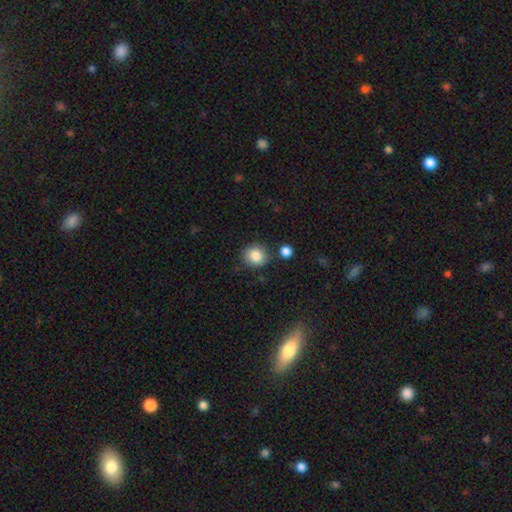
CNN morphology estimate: Overall: smooth (85%). How rounded: round (81%). Merging: none (80%).